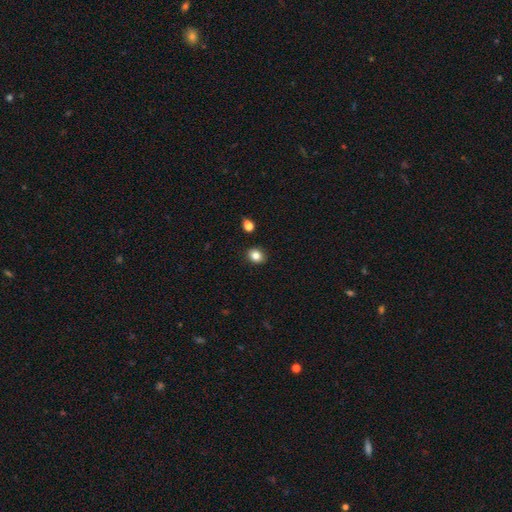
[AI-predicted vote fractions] Morphology: type=smooth (84%); roundness=round (55%); merging=none (88%).